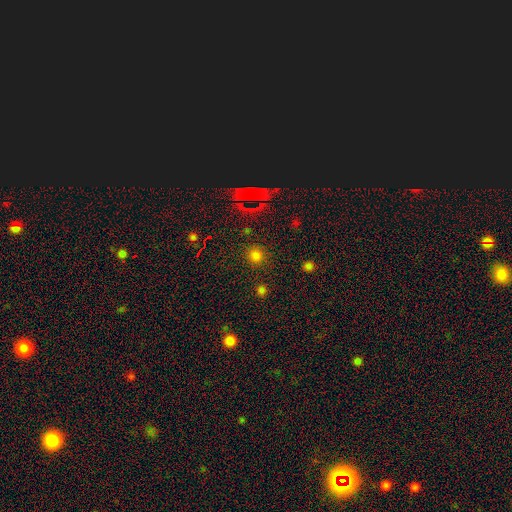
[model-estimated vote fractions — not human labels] Smooth or featured?
  - smooth: 75% *
  - star or artifact: 21%
  - featured or disk: 5%
How rounded?
  - round: 90% *
  - in between: 9%
  - cigar-shaped: 1%
Merging?
  - none: 88% *
  - minor disturbance: 7%
  - major disturbance: 3%
  - merger: 2%